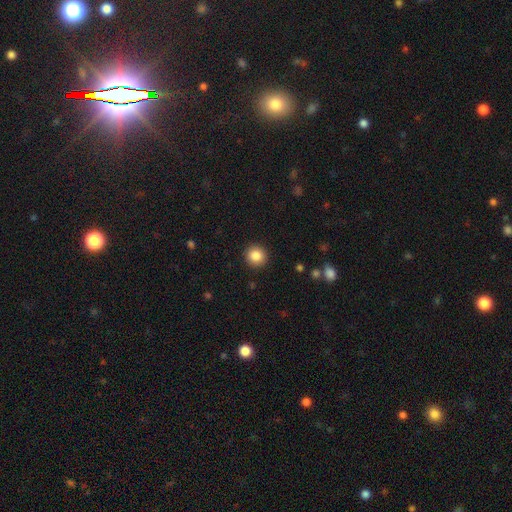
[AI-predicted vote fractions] Smooth or featured?
  - smooth: 86% *
  - star or artifact: 10%
  - featured or disk: 5%
How rounded?
  - round: 92% *
  - in between: 7%
  - cigar-shaped: 1%
Merging?
  - none: 92% *
  - minor disturbance: 5%
  - major disturbance: 2%
  - merger: 1%